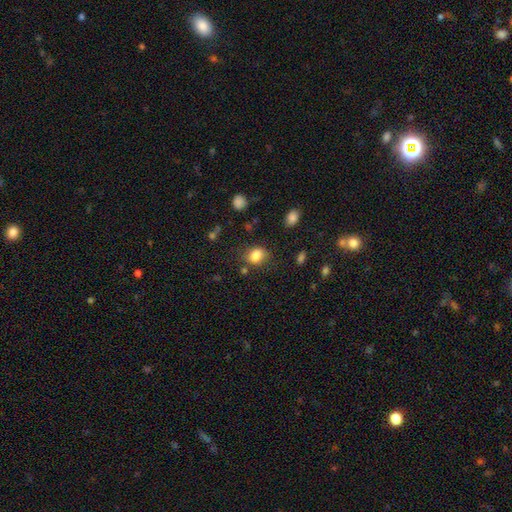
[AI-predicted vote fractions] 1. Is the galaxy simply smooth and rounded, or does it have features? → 81% smooth, 10% star or artifact, 8% featured or disk.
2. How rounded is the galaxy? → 54% in between, 45% round, 1% cigar-shaped.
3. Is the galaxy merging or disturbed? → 68% none, 19% minor disturbance, 6% merger, 6% major disturbance.